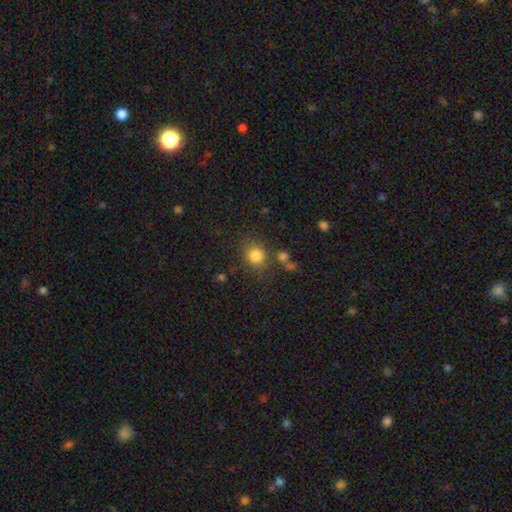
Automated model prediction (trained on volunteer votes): smooth_or_featured: smooth (p=0.81) [alt: star or artifact p=0.12]
how_rounded: round (p=0.77) [alt: in between p=0.22]
merging: none (p=0.73) [alt: minor disturbance p=0.13]